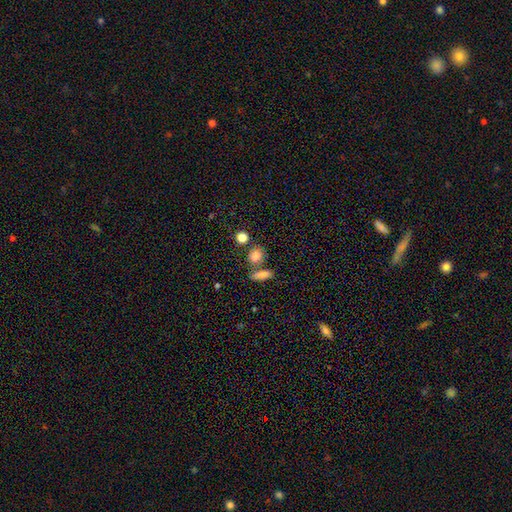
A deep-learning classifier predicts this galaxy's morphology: Smooth or featured? smooth (80%)
How rounded? round (70%)
Merging? none (64%)